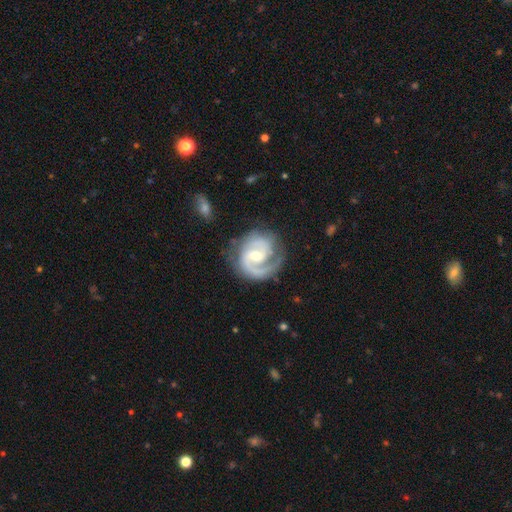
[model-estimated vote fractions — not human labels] A featured or disk galaxy (90%) with a weak bar (48%), 2 (62%) medium (46%) spiral arms (98%) and a moderate central bulge (56%).

Vote fractions:
- Smooth or featured? featured or disk: 90% / smooth: 6% / star or artifact: 4%
- Edge-on disk? no: 98% / yes: 2%
- Bar? weak: 48% / no: 40% / strong: 12%
- Spiral arms? yes: 98% / no: 2%
- Spiral winding? medium: 46% / tight: 42% / loose: 12%
- Spiral arm count? 2: 62% / 1: 26% / can't tell: 5% / 3: 4% / 4: 1% / more than 4: 1%
- Bulge size? moderate: 56% / small: 39% / large: 3% / none: 1% / dominant: 1%
- Merging? none: 71% / minor disturbance: 18% / major disturbance: 9% / merger: 2%